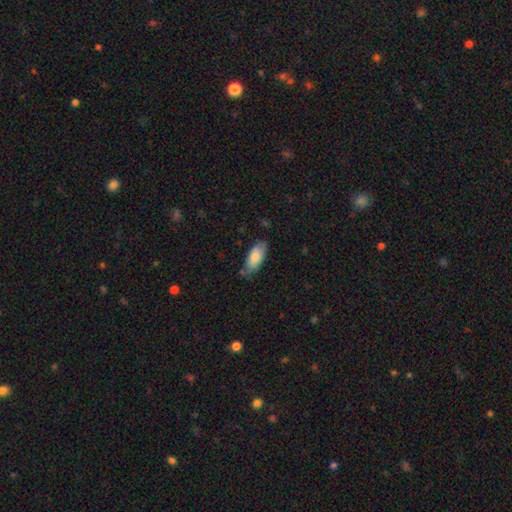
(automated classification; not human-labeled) Overall: smooth (80%). How rounded: in between (85%). Merging: none (69%).